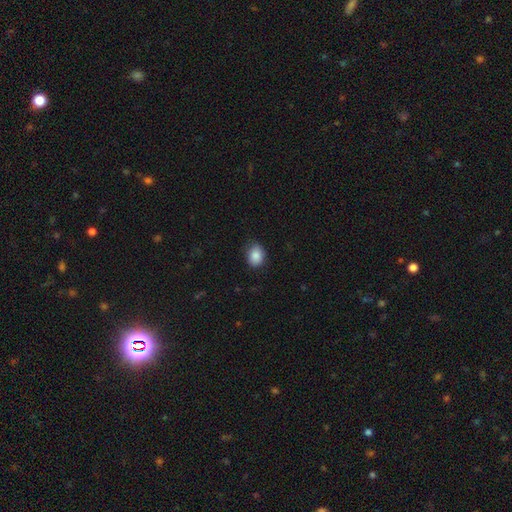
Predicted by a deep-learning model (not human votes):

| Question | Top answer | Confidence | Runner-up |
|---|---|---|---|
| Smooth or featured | smooth | 87% | star or artifact (8%) |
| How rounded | in between | 55% | round (44%) |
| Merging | none | 77% | minor disturbance (19%) |